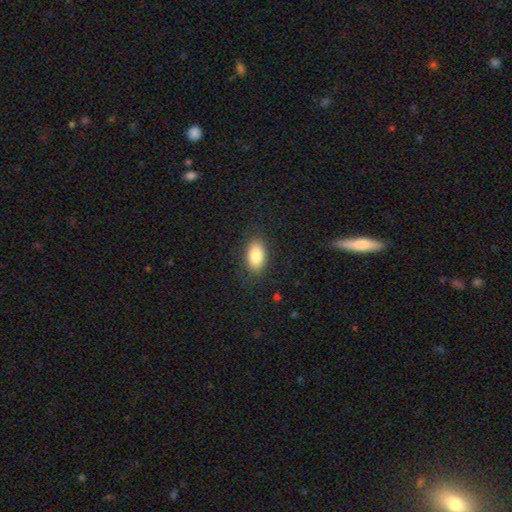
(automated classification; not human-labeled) This appears to be a smooth galaxy with no disk features (85%) that is in between round and cigar-shaped (92%). Merging: none (85%).